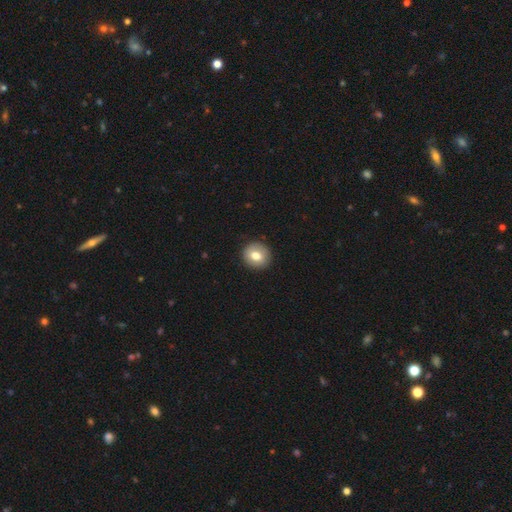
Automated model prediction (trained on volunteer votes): A smooth galaxy with no disk features (76%) that is round (91%).

Vote fractions:
- Smooth or featured? smooth: 76% / featured or disk: 16% / star or artifact: 8%
- How rounded? round: 91% / in between: 8% / cigar-shaped: 1%
- Merging? none: 91% / minor disturbance: 6% / major disturbance: 2% / merger: 1%